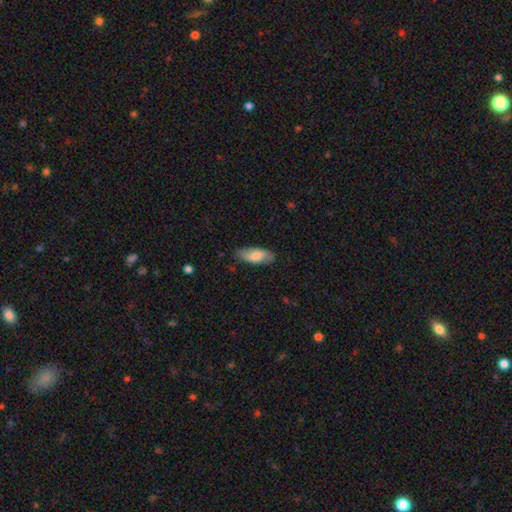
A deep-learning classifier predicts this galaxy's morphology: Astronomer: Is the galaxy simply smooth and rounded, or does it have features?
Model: smooth — 70%.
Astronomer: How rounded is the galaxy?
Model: in between — 80%.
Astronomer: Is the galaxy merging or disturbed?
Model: none — 79%.